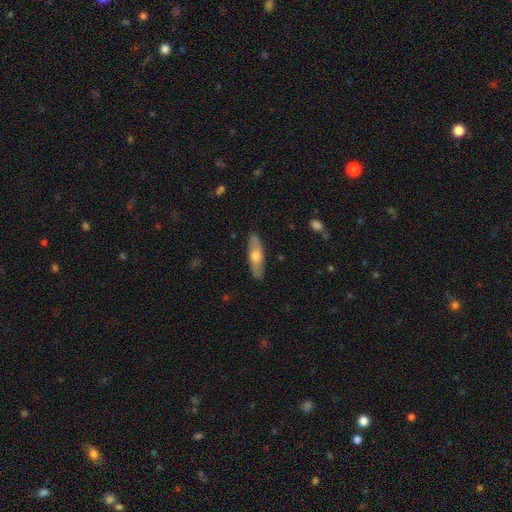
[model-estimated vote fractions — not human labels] Smooth or featured? smooth (52%)
How rounded? cigar-shaped (56%)
Merging? none (87%)